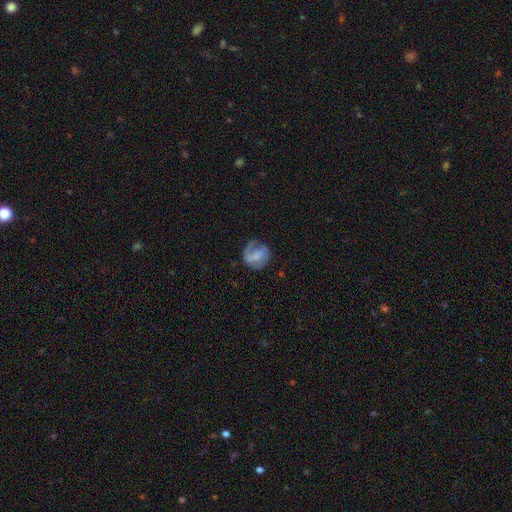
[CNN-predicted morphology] Smooth or featured? Predicted: featured or disk (p=0.56). Edge-on disk? Predicted: no (p=0.97). Bar? Predicted: weak (p=0.42). Spiral arms? Predicted: yes (p=0.81). Bulge size? Predicted: none (p=0.46). Merging? Predicted: none (p=0.65).